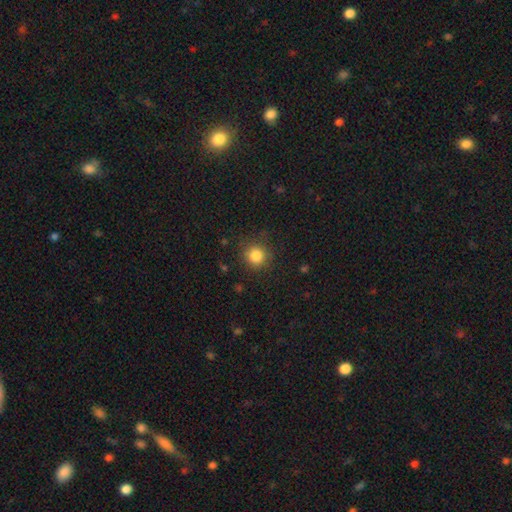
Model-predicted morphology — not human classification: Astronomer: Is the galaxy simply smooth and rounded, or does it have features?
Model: smooth — 84%.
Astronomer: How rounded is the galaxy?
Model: round — 92%.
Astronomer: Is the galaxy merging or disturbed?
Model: none — 85%.